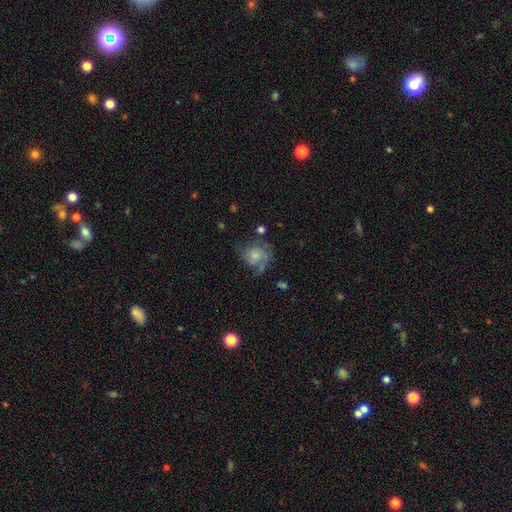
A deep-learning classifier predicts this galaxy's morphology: This is possibly a featured or disk galaxy (52%). It is clearly not viewed edge-on (98%). Bar: likely no (77%). Spiral arm pattern: likely yes (79%). Central bulge: possibly small (47%). Merging: possibly none (47%).